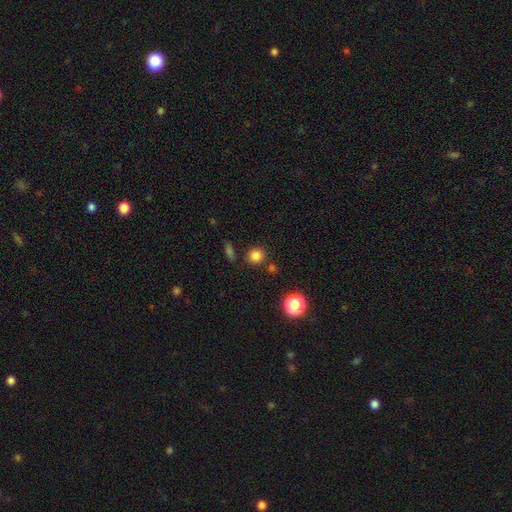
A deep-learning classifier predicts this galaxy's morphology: A smooth galaxy with no disk features (81%) that is round (87%). Merging: none (82%).